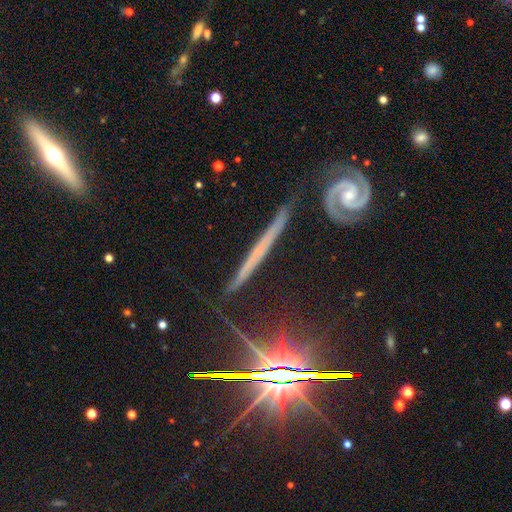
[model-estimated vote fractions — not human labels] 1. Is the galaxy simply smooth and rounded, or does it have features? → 66% featured or disk, 18% star or artifact, 16% smooth.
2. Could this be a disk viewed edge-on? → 78% yes, 22% no.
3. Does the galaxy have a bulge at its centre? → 72% none, 23% rounded, 5% boxy.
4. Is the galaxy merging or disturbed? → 82% none, 12% minor disturbance, 3% merger, 3% major disturbance.